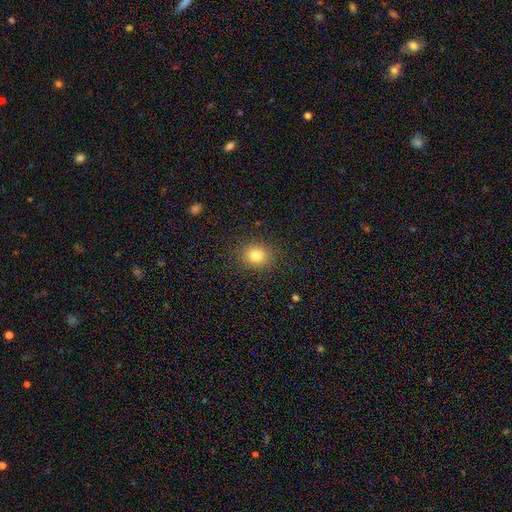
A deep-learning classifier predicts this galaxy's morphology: Smooth or featured: smooth — 81% (star or artifact — 12%)
How rounded: round — 69% (in between — 30%)
Merging: none — 87% (minor disturbance — 8%)